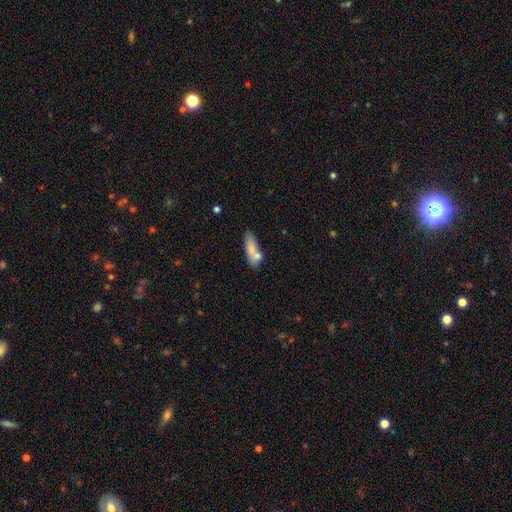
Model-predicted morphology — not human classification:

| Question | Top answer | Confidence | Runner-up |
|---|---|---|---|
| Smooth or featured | smooth | 75% | featured or disk (17%) |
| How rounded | in between | 56% | cigar-shaped (41%) |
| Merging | none | 54% | merger (23%) |